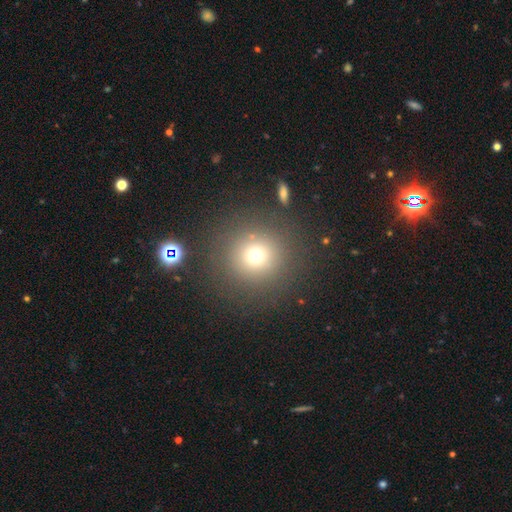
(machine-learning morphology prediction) smooth 70%, star or artifact 19%, featured or disk 10%. Down the decision tree: how rounded — round (93%); merging — none (83%).